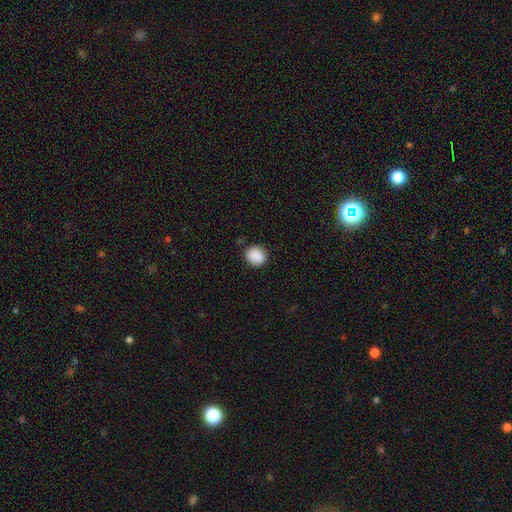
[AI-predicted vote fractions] smooth-or-featured: smooth: 89% | star or artifact: 8% | featured or disk: 3%
  how-rounded: round: 79% | in between: 20% | cigar-shaped: 1%
  merging: none: 86% | minor disturbance: 10% | major disturbance: 2% | merger: 1%